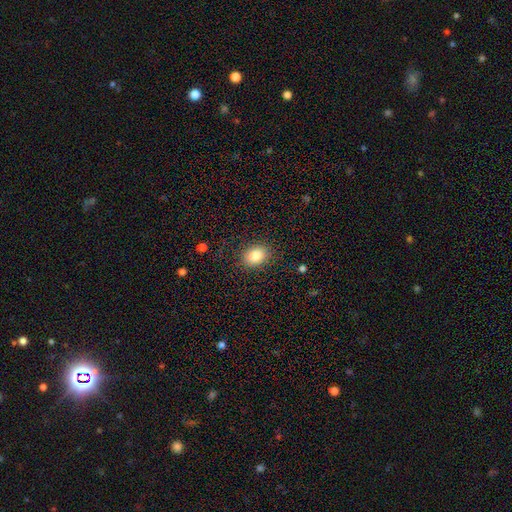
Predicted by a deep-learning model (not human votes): Smooth or featured? smooth (84%)
How rounded? in between (64%)
Merging? none (85%)